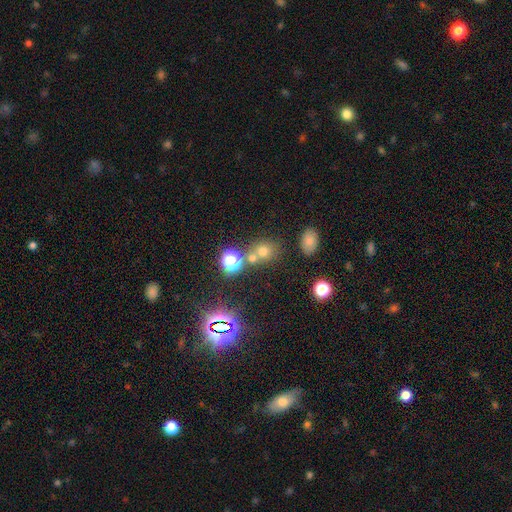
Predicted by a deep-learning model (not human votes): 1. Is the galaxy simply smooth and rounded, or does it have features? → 45% smooth (tied), 45% star or artifact (tied), 11% featured or disk.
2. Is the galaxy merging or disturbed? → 64% none, 25% merger, 8% minor disturbance, 4% major disturbance.